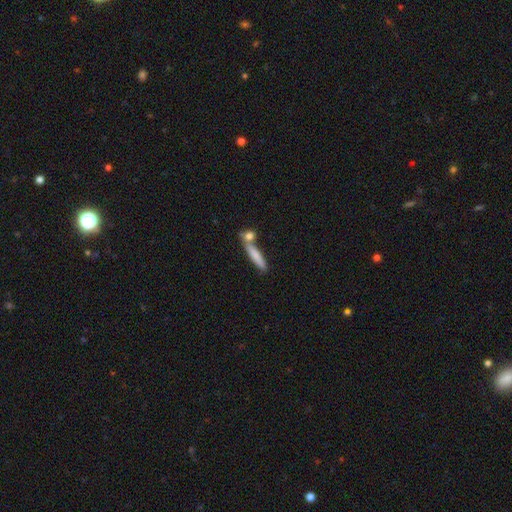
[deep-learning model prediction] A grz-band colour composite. It shows a smooth galaxy with no disk features (75%) that is cigar-shaped (82%). Merging: none (59%).